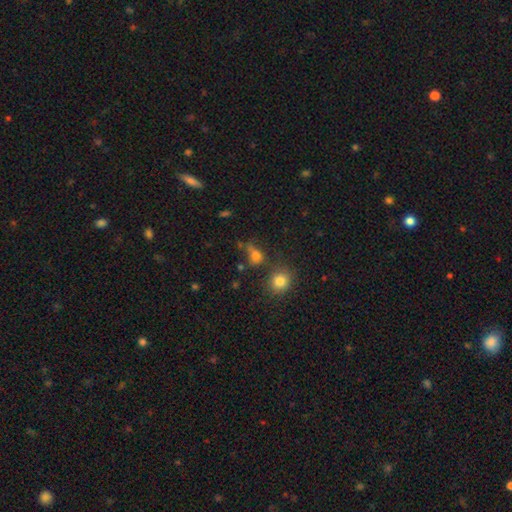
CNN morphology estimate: smooth 71%, star or artifact 18%, featured or disk 11%. Down the decision tree: how rounded — round (53%); merging — none (53%).